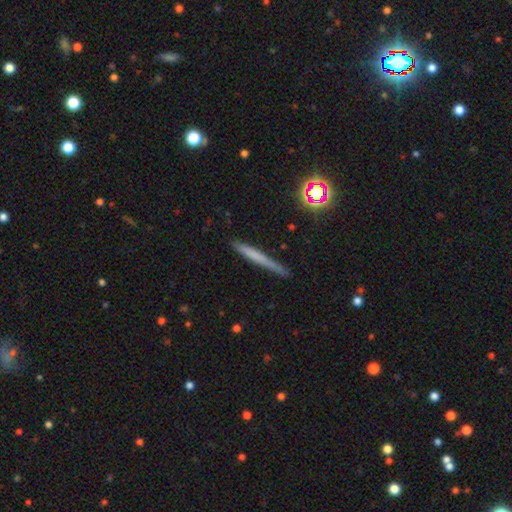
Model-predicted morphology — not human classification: smooth_or_featured: smooth (p=0.55) [alt: featured or disk p=0.34]
how_rounded: cigar-shaped (p=0.95) [alt: in between p=0.03]
merging: none (p=0.83) [alt: minor disturbance p=0.13]